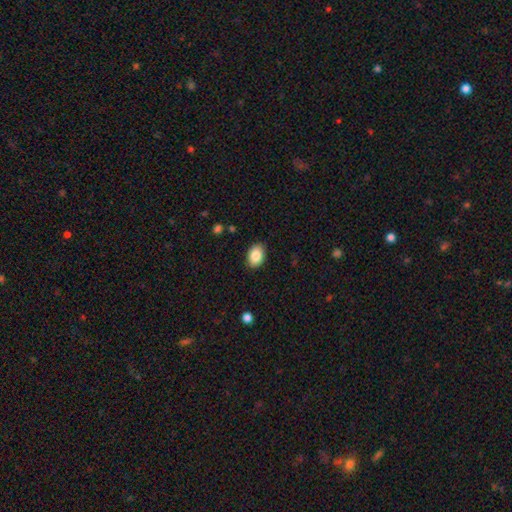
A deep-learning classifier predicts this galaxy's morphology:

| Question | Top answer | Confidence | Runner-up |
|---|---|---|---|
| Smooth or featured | smooth | 87% | star or artifact (7%) |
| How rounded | in between | 82% | round (17%) |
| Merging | none | 88% | minor disturbance (9%) |